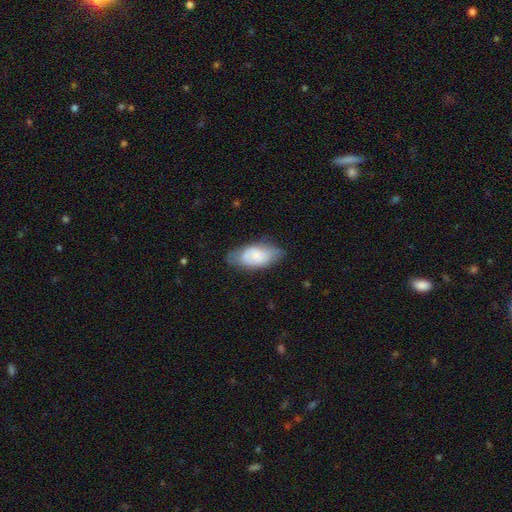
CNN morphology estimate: type=smooth (68%); roundness=in between (90%); merging=none (60%).